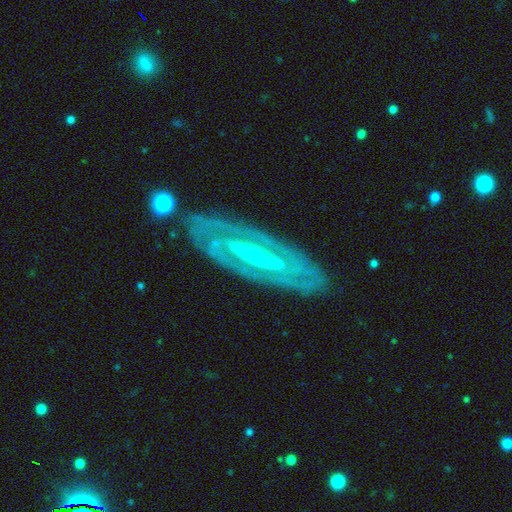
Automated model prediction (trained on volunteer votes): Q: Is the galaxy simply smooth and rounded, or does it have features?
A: featured or disk — 88%.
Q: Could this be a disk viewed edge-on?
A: no — 87%.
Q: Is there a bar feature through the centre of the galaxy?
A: strong — 39%.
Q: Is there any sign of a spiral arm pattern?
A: yes — 92%.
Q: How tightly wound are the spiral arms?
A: tight — 71%.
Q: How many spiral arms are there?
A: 2 — 50%.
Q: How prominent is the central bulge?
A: small — 75%.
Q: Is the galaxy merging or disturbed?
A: none — 83%.